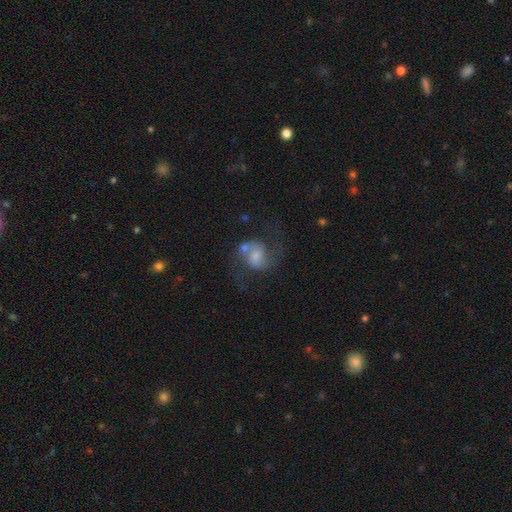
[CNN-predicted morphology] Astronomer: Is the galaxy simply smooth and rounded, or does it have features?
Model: featured or disk — 70%.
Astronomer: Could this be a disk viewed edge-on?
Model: no — 98%.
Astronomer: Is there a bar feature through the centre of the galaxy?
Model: no — 49% (runner-up: weak, 41%).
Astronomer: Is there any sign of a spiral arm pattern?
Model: yes — 91%.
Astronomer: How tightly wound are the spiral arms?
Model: medium — 47% (runner-up: loose, 43%).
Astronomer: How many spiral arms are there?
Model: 2 — 88%.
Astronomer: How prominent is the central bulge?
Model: moderate — 43% (runner-up: small, 37%).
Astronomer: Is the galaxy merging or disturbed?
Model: none — 55%.